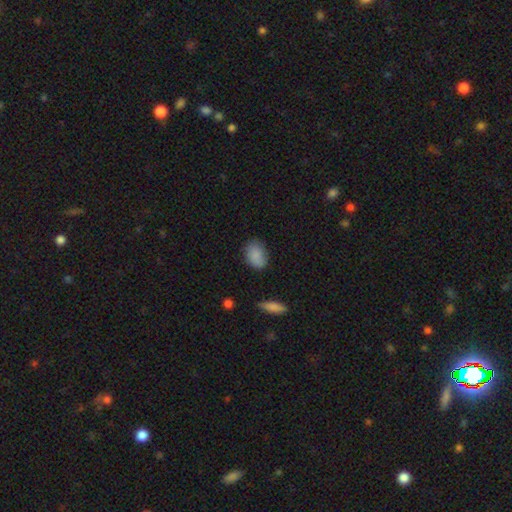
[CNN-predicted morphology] type=smooth (87%); roundness=in between (84%); merging=none (75%).